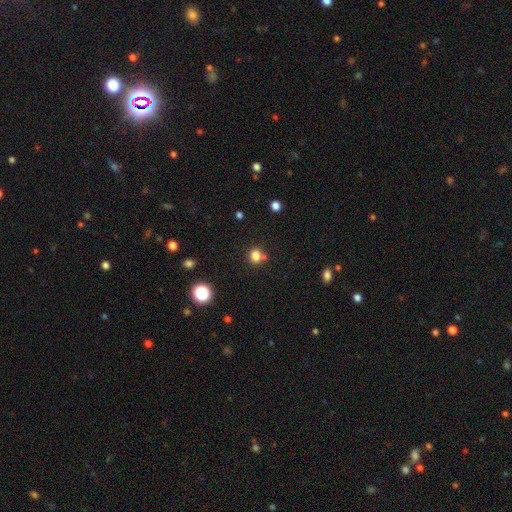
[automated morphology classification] Overall: smooth (80%). How rounded: round (80%). Merging: none (69%).